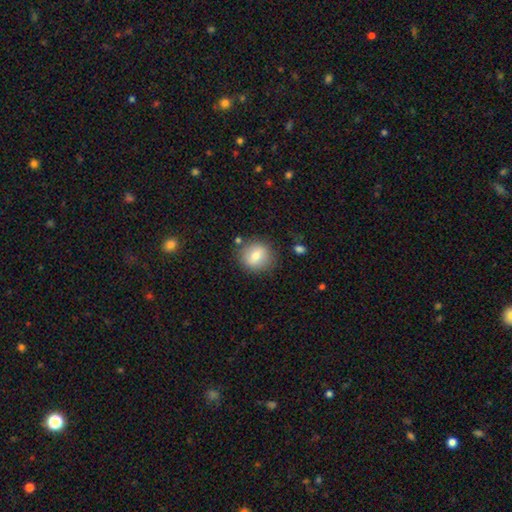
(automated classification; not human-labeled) smooth-or-featured: smooth: 75% | featured or disk: 16% | star or artifact: 9%
  how-rounded: round: 77% | in between: 22% | cigar-shaped: 1%
  merging: none: 81% | minor disturbance: 11% | major disturbance: 4% | merger: 3%